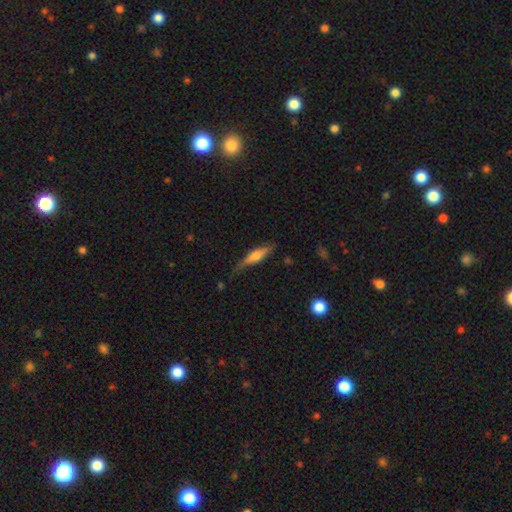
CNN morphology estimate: Smooth or featured?
  - smooth: 54% *
  - featured or disk: 40%
  - star or artifact: 6%
How rounded?
  - cigar-shaped: 73% *
  - in between: 25%
  - round: 2%
Merging?
  - none: 67% *
  - minor disturbance: 25%
  - major disturbance: 6%
  - merger: 2%